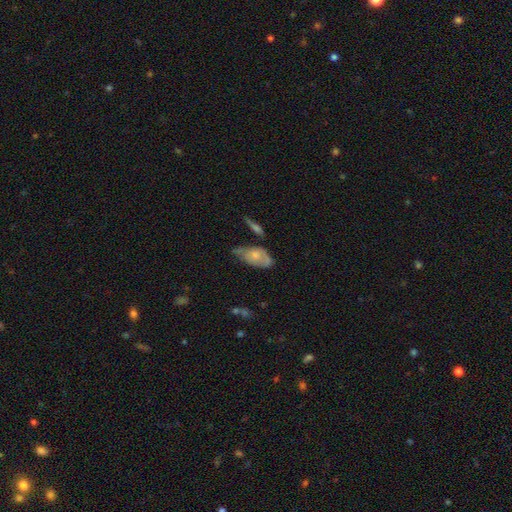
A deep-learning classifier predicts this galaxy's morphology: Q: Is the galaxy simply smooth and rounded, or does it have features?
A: smooth — 56%.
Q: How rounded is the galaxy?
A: in between — 89%.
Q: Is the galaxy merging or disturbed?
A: none — 37%.